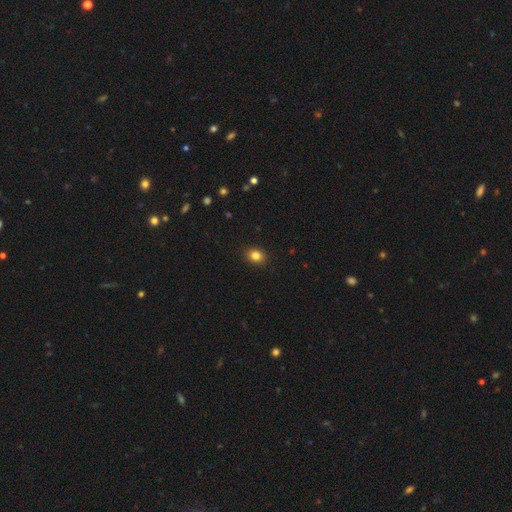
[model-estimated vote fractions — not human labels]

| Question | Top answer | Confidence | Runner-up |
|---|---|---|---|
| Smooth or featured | smooth | 84% | star or artifact (11%) |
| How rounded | round | 59% | in between (40%) |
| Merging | none | 91% | minor disturbance (7%) |